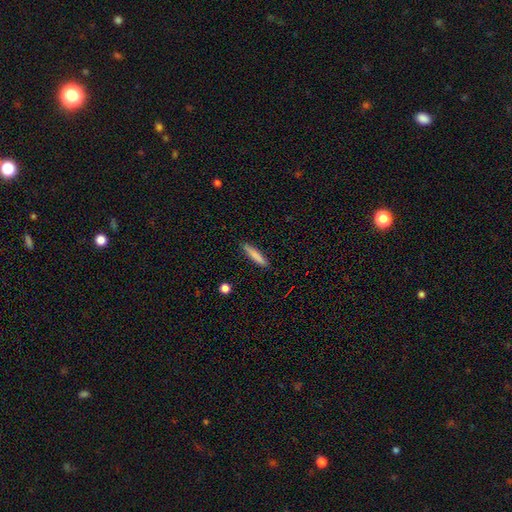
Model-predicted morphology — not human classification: smooth-or-featured: smooth: 80% | featured or disk: 13% | star or artifact: 7%
  how-rounded: cigar-shaped: 89% | in between: 9% | round: 1%
  merging: none: 87% | minor disturbance: 9% | major disturbance: 2% | merger: 1%